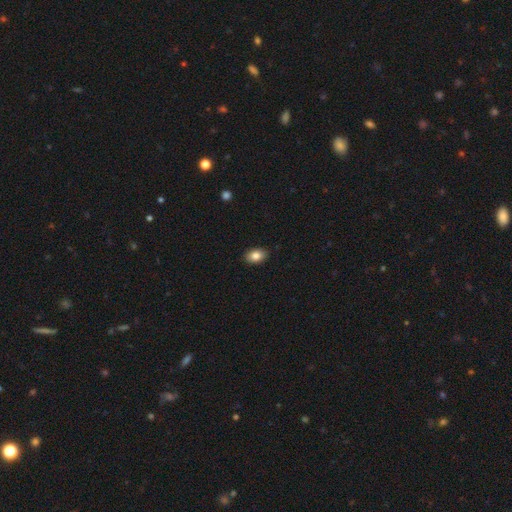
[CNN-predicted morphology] smooth-or-featured: smooth: 84% | star or artifact: 8% | featured or disk: 8%
  how-rounded: in between: 88% | round: 11% | cigar-shaped: 1%
  merging: none: 89% | minor disturbance: 8% | major disturbance: 2% | merger: 1%